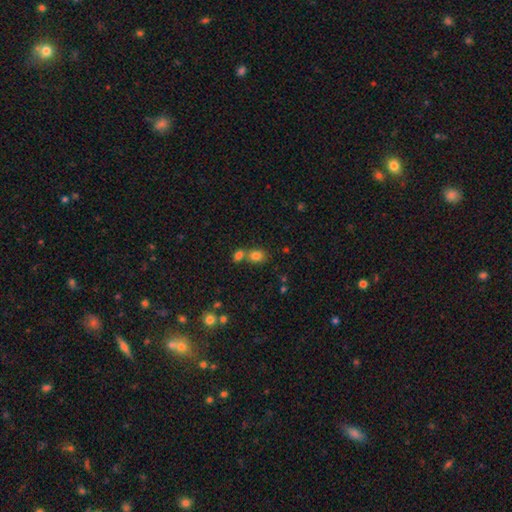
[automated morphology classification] This appears to be a smooth galaxy with no disk features (80%) that is in between round and cigar-shaped (56%). Merging: none (47%).